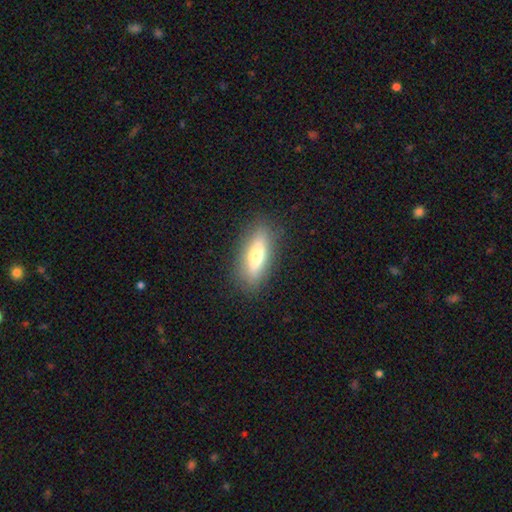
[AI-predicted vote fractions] smooth 63%, featured or disk 30%, star or artifact 7%. Down the decision tree: how rounded — in between (57%); merging — none (87%).